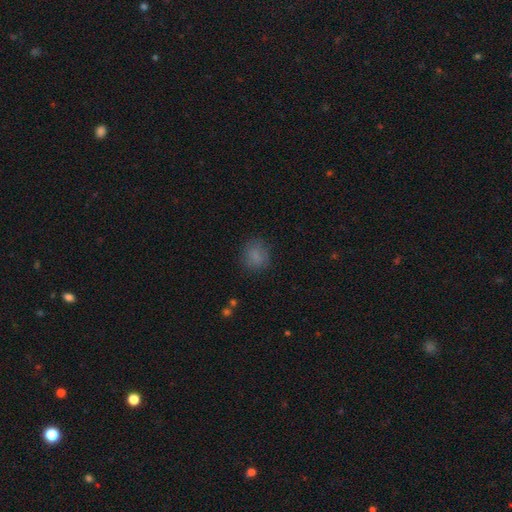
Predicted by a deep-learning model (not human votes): This appears to be a smooth galaxy with no disk features (81%) that is round (78%). Merging: none (81%).